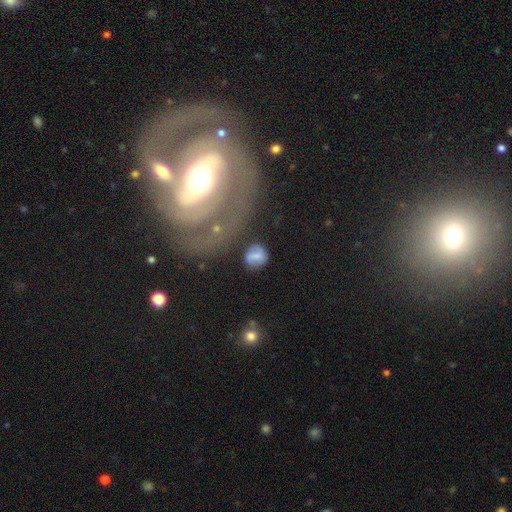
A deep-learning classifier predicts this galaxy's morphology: Smooth or featured? smooth (67%)
How rounded? round (71%)
Merging? none (69%)